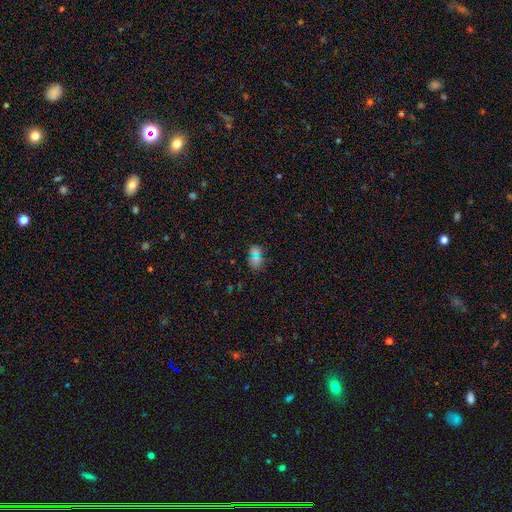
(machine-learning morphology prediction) Overall: smooth (66%; star or artifact 27%). How rounded: in between (67%; round 31%). Merging: none (84%).